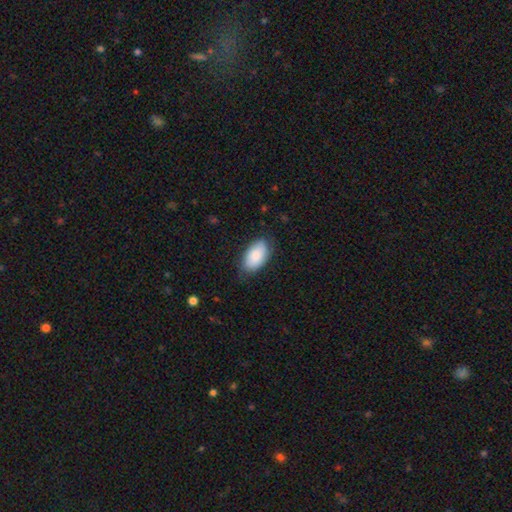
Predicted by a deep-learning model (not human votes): smooth-or-featured: smooth: 84% | featured or disk: 10% | star or artifact: 6%
  how-rounded: in between: 95% | round: 4% | cigar-shaped: 2%
  merging: none: 73% | minor disturbance: 22% | major disturbance: 4% | merger: 1%